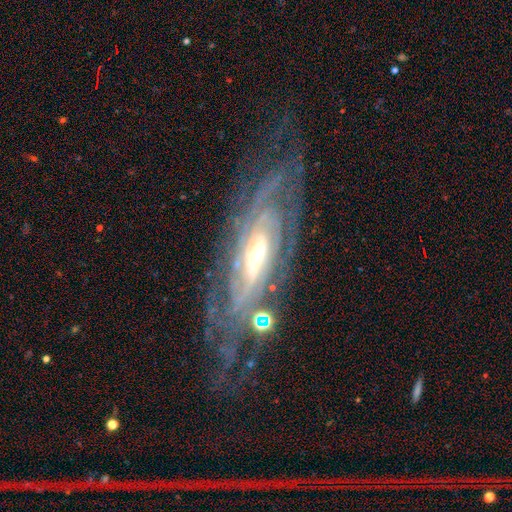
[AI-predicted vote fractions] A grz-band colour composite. It shows a featured or disk galaxy (88%) with a weak bar (35%), tight (72%) spiral arms (95%) and a moderate central bulge (50%). Merging: none (67%).